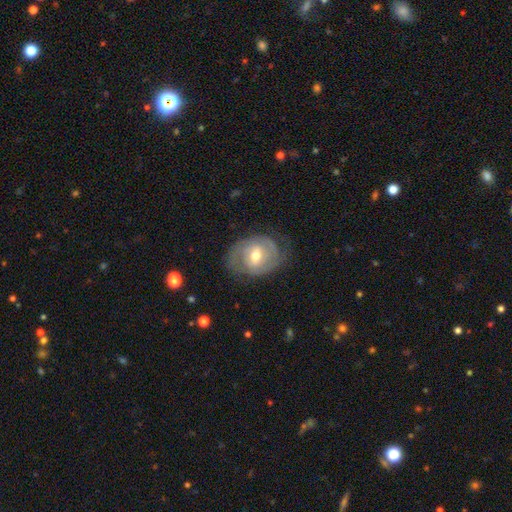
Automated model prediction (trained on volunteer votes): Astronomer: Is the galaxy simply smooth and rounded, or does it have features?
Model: featured or disk — 75%.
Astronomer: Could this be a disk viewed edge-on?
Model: no — 96%.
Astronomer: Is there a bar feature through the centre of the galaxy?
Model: weak — 47% (runner-up: no, 37%).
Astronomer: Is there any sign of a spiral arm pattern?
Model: yes — 85%.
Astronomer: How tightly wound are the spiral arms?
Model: tight — 55% (runner-up: medium, 33%).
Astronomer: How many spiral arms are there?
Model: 2 — 62%.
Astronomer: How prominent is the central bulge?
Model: moderate — 72%.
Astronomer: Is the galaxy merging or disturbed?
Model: none — 72%.